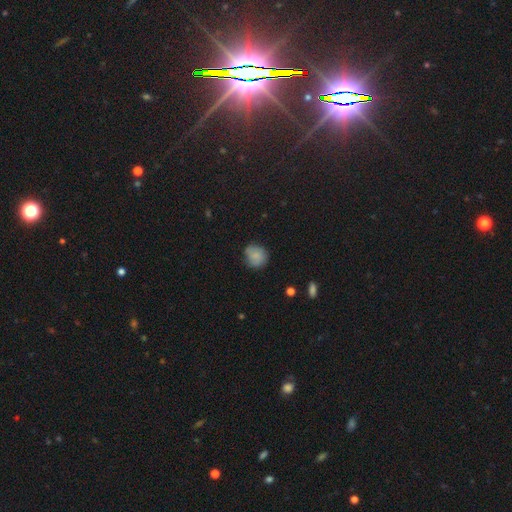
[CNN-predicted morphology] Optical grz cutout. It shows a smooth galaxy with no disk features (81%) that is round (82%). Merging: none (68%).